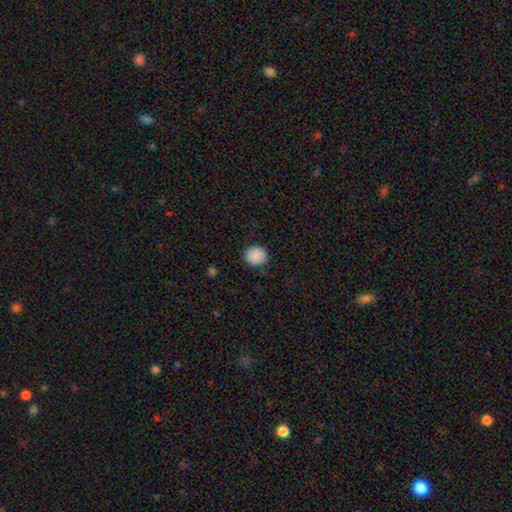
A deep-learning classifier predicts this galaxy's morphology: The model was most divided on "how rounded": round: 83%, in between: 16%, cigar-shaped: 1%. More confident: smooth or featured — smooth (89%); merging — none (86%).